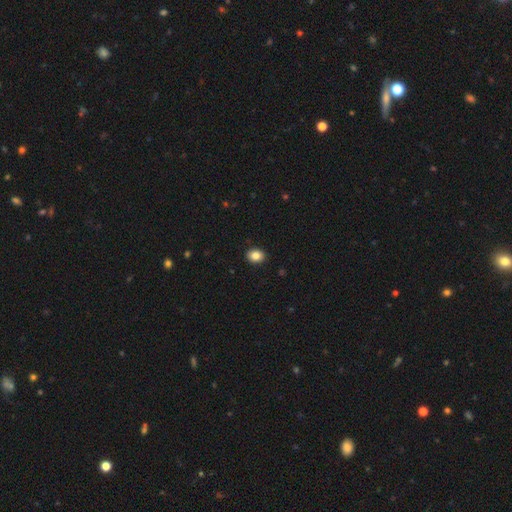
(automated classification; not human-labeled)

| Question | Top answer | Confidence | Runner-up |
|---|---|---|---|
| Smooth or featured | smooth | 85% | star or artifact (9%) |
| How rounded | in between | 58% | round (41%) |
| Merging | none | 91% | minor disturbance (7%) |